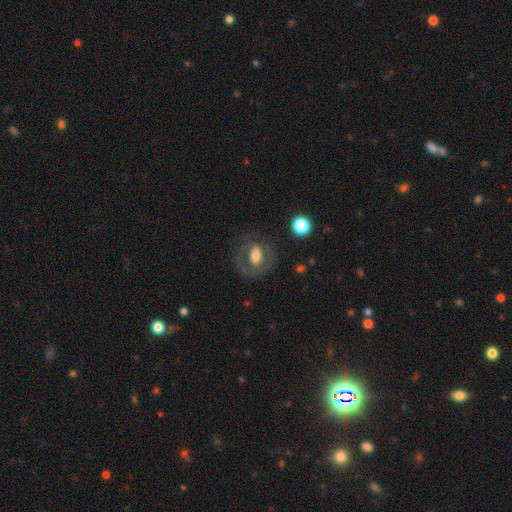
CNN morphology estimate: smooth-or-featured: smooth: 48% | featured or disk: 43% | star or artifact: 9%
  merging: none: 60% | major disturbance: 20% | minor disturbance: 18% | merger: 2%